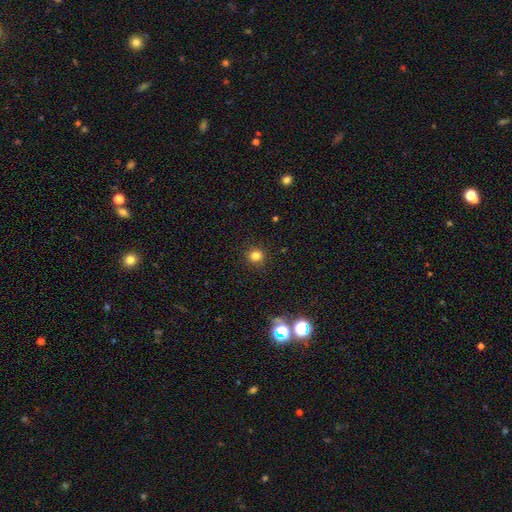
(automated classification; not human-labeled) smooth-or-featured: smooth: 80% | star or artifact: 15% | featured or disk: 5%
  how-rounded: round: 87% | in between: 12% | cigar-shaped: 1%
  merging: none: 89% | minor disturbance: 7% | major disturbance: 2% | merger: 1%